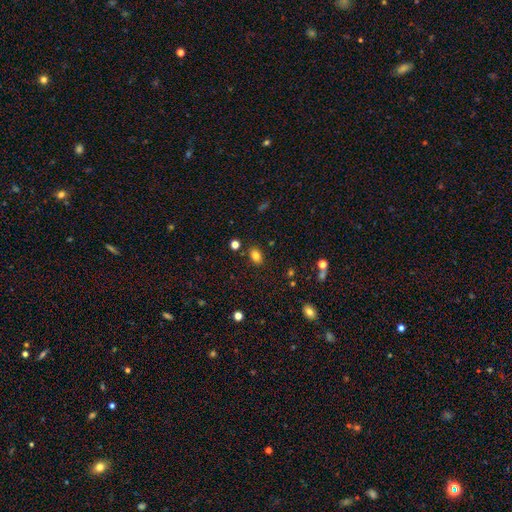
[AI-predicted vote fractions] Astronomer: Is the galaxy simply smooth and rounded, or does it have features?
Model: smooth — 81%.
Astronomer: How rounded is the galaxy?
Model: in between — 78%.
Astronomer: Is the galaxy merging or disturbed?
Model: none — 84%.